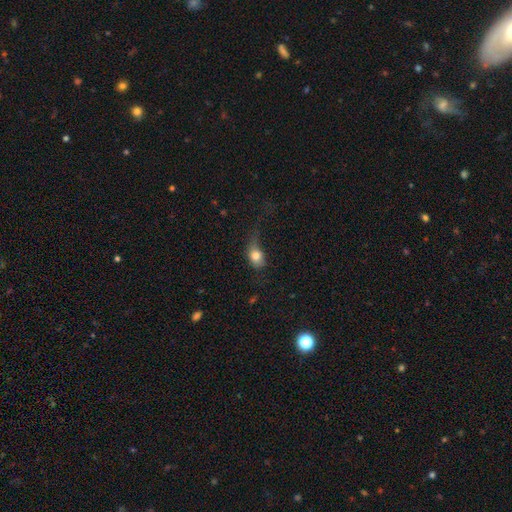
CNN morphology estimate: This appears to be a smooth galaxy with no disk features (78%) that is in between round and cigar-shaped (65%). Merging: none (33%).